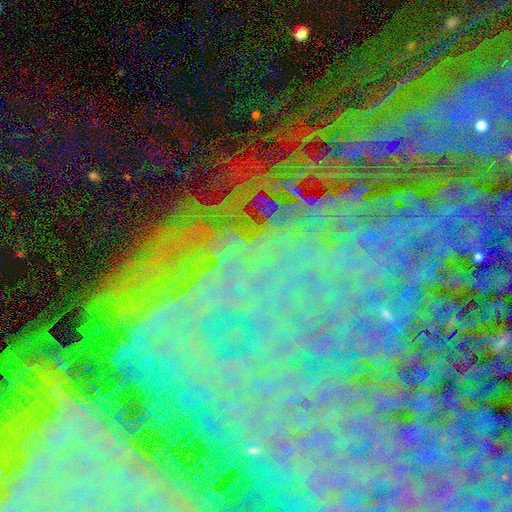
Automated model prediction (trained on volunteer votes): Overall: star or artifact (71%).